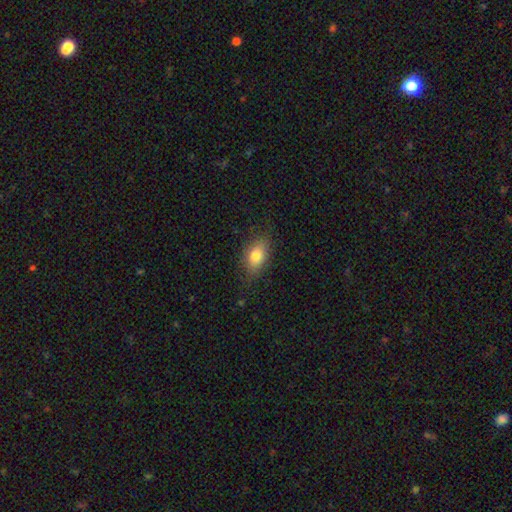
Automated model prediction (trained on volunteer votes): smooth-or-featured: smooth: 80% | featured or disk: 12% | star or artifact: 8%
  how-rounded: in between: 85% | round: 11% | cigar-shaped: 4%
  merging: none: 79% | minor disturbance: 15% | major disturbance: 4% | merger: 1%